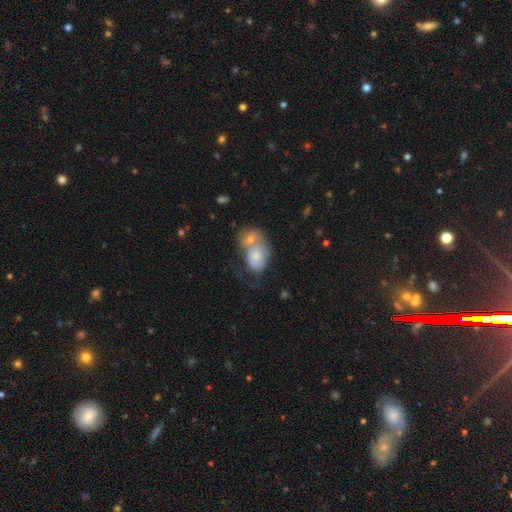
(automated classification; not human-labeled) Smooth or featured? Predicted: smooth (p=0.62). How rounded? Predicted: in between (p=0.79). Merging? Predicted: merger (p=0.67).